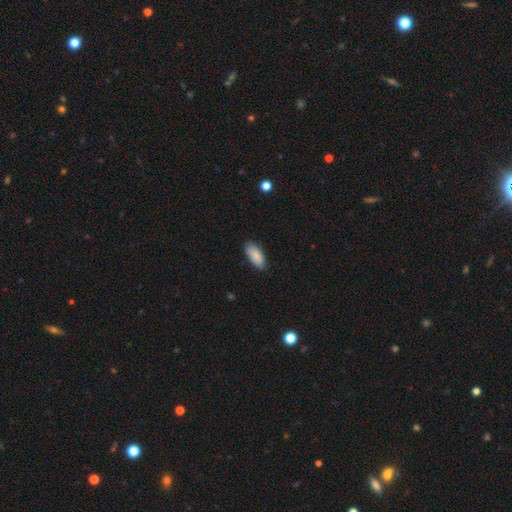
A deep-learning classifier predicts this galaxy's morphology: The model was most divided on "merging": none: 83%, minor disturbance: 14%, major disturbance: 2%, merger: 1%. More confident: smooth or featured — smooth (87%); how rounded — in between (85%).